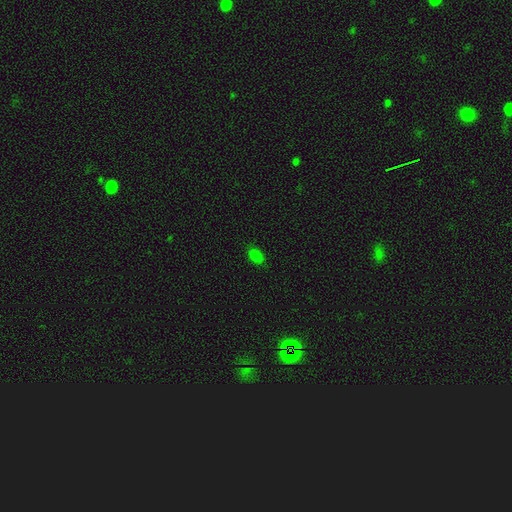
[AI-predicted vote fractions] Q: Smooth or featured?
A: smooth (80%); runner-up: star or artifact (17%)
Q: How rounded?
A: in between (88%); runner-up: round (10%)
Q: Merging?
A: none (84%); runner-up: minor disturbance (12%)